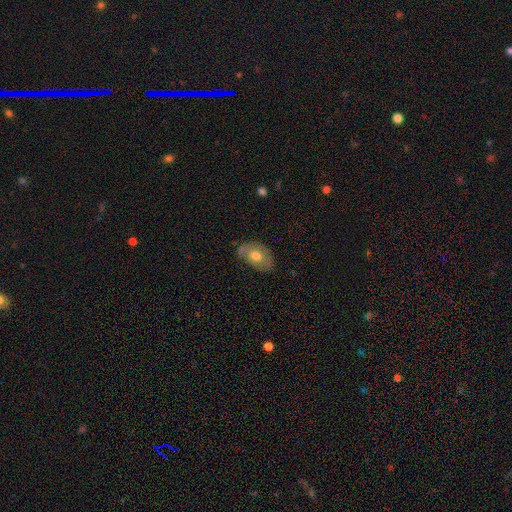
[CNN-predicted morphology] Smooth or featured? smooth (60%)
How rounded? in between (85%)
Merging? none (65%)